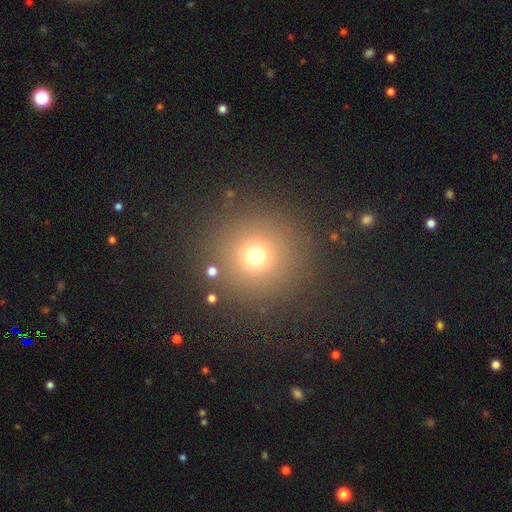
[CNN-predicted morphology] A smooth galaxy with no disk features (70%) that is round (95%). Merging: none (87%).